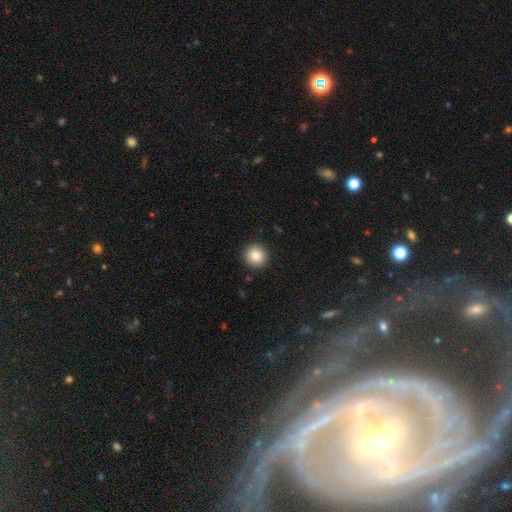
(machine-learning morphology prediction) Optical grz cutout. It shows a smooth galaxy with no disk features (86%) that is round (93%). Merging: none (91%).